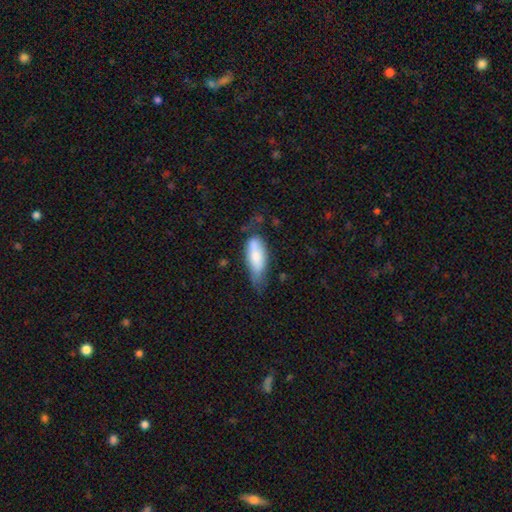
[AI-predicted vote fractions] Smooth or featured?
  - smooth: 74% *
  - featured or disk: 20%
  - star or artifact: 7%
How rounded?
  - in between: 72% *
  - cigar-shaped: 26%
  - round: 2%
Merging?
  - none: 40% *
  - minor disturbance: 39%
  - major disturbance: 16%
  - merger: 4%